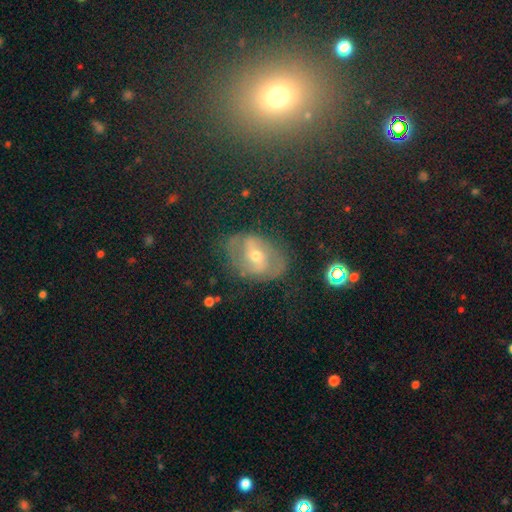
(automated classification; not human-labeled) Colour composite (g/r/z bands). It shows a featured or disk galaxy (69%) with a weak bar (43%), 2 (77%) medium (44%) spiral arms (79%) and a moderate central bulge (51%). Merging: none (71%).